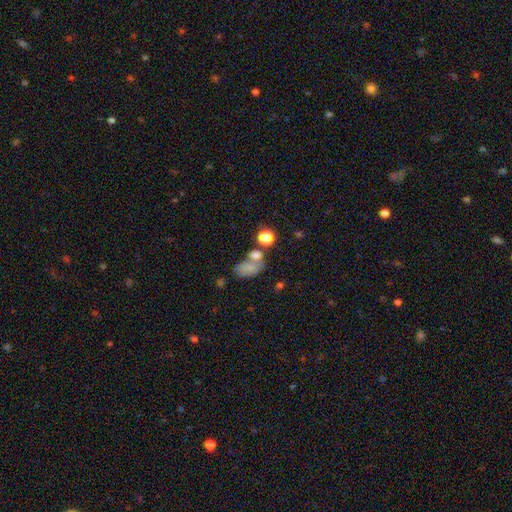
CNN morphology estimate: This appears to be a smooth galaxy with no disk features (74%) that is in between round and cigar-shaped (73%). Merging: none (40%).